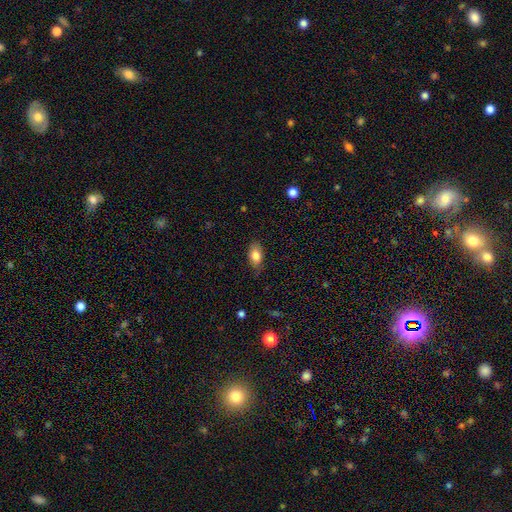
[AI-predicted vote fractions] Smooth or featured?
  - smooth: 81% *
  - featured or disk: 12%
  - star or artifact: 8%
How rounded?
  - in between: 89% *
  - round: 7%
  - cigar-shaped: 5%
Merging?
  - none: 78% *
  - minor disturbance: 18%
  - major disturbance: 3%
  - merger: 1%